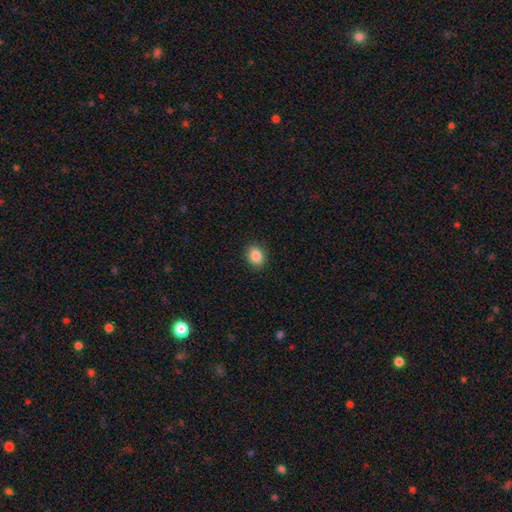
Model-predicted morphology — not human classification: smooth-or-featured: smooth: 86% | star or artifact: 9% | featured or disk: 5%
  how-rounded: in between: 54% | round: 45% | cigar-shaped: 1%
  merging: none: 88% | minor disturbance: 9% | major disturbance: 2% | merger: 1%